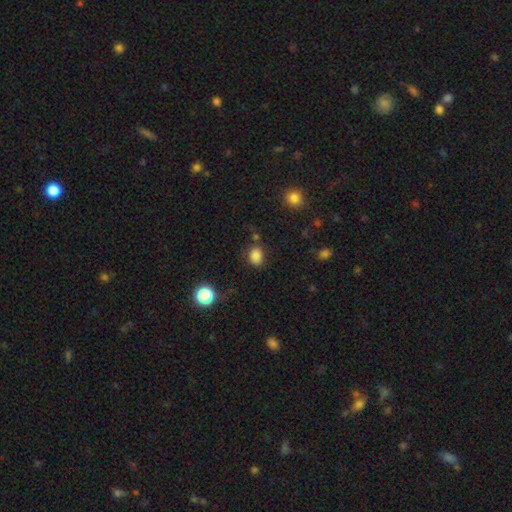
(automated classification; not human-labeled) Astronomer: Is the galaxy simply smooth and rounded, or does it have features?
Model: smooth — 82%.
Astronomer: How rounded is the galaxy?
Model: in between — 55% (runner-up: round, 44%).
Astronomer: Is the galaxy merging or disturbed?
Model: none — 75%.